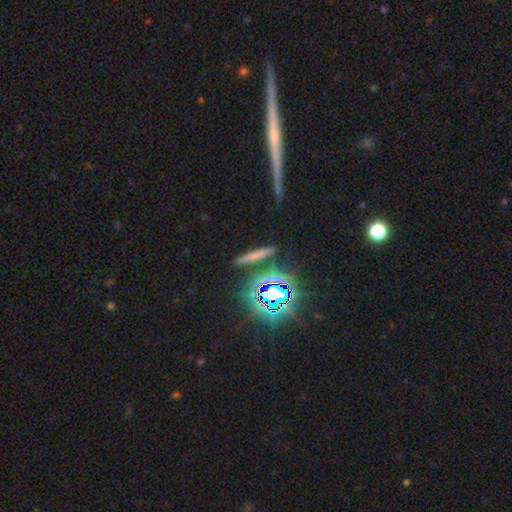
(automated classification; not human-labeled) A smooth galaxy with no disk features (53%) that is cigar-shaped (84%). Merging: none (82%).